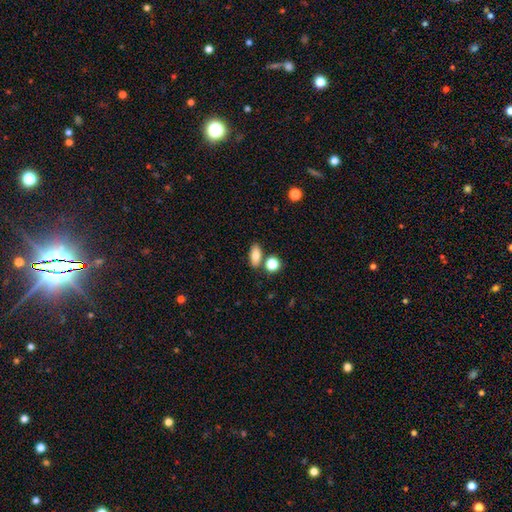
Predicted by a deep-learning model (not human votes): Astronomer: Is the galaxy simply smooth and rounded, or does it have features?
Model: smooth — 83%.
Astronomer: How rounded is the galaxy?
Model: in between — 79%.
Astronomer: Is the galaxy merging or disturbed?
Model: none — 73%.